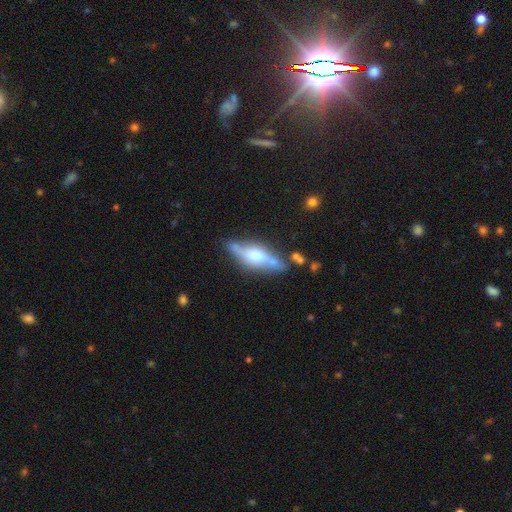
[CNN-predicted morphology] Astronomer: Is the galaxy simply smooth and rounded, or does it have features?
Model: featured or disk — 65%.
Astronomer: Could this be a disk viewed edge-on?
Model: yes — 79%.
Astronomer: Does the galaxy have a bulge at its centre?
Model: rounded — 76%.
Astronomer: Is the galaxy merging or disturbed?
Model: none — 66%.